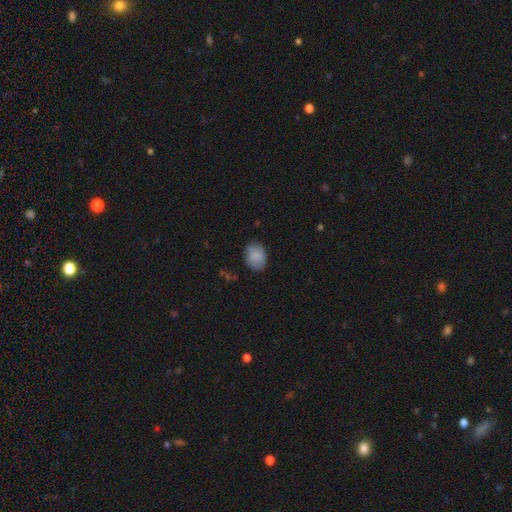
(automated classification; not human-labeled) A smooth galaxy with no disk features (85%) that is in between round and cigar-shaped (67%). Merging: none (77%).